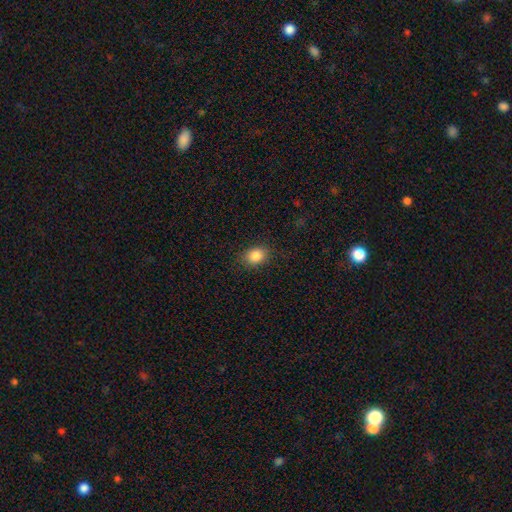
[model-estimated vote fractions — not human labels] This appears to be a smooth galaxy with no disk features (87%) that is in between round and cigar-shaped (59%). Merging: none (85%).